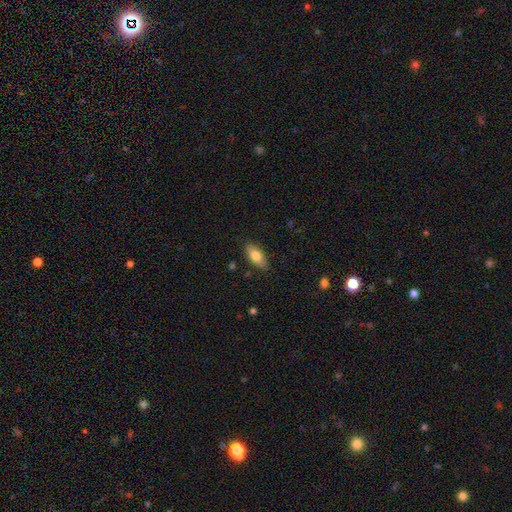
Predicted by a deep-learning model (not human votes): Smooth or featured: smooth — 75% (featured or disk — 19%)
How rounded: in between — 82% (cigar-shaped — 16%)
Merging: none — 84% (minor disturbance — 12%)